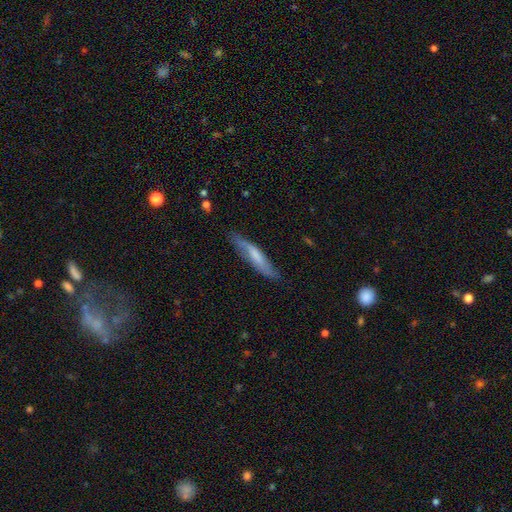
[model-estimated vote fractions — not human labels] A smooth galaxy with no disk features (52%) that is cigar-shaped (83%).

Vote fractions:
- Smooth or featured? smooth: 52% / featured or disk: 42% / star or artifact: 6%
- How rounded? cigar-shaped: 83% / in between: 16% / round: 2%
- Merging? none: 73% / minor disturbance: 20% / major disturbance: 5% / merger: 2%